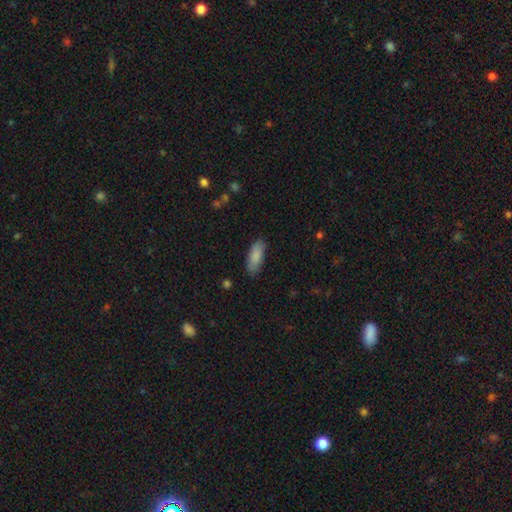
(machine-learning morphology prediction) Smooth or featured? Predicted: smooth (p=0.87). How rounded? Predicted: in between (p=0.73). Merging? Predicted: none (p=0.83).